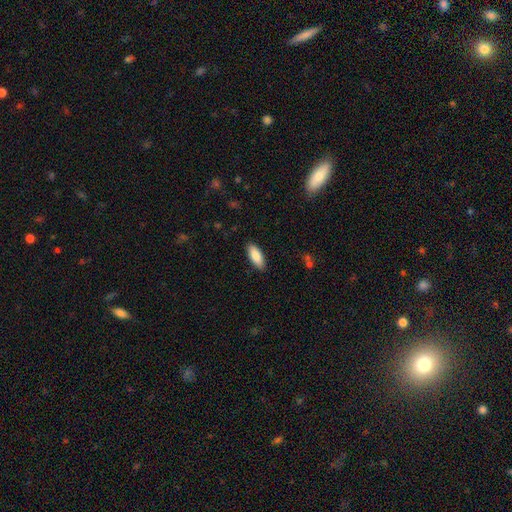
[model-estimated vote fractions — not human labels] Morphology: type=smooth (87%); roundness=in between (79%); merging=none (88%).